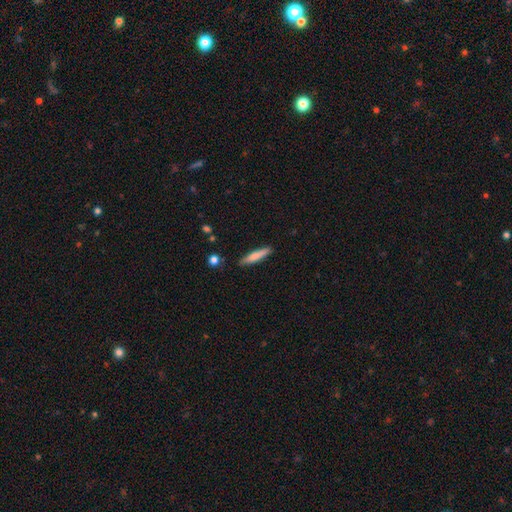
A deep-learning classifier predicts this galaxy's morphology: Smooth or featured?
  - smooth: 72% *
  - featured or disk: 22%
  - star or artifact: 6%
How rounded?
  - cigar-shaped: 87% *
  - in between: 11%
  - round: 1%
Merging?
  - none: 87% *
  - minor disturbance: 10%
  - major disturbance: 2%
  - merger: 2%